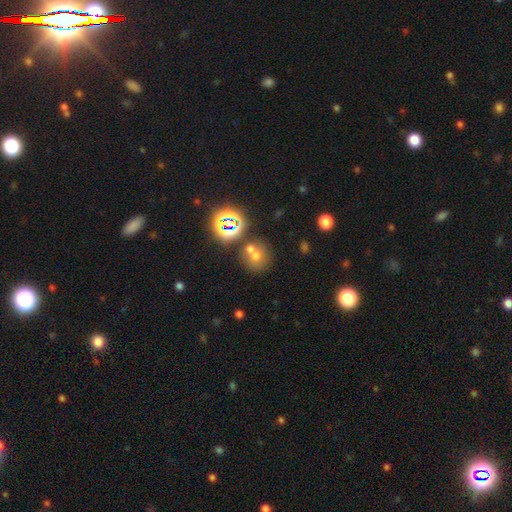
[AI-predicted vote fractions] smooth 58%, star or artifact 25%, featured or disk 17%. Down the decision tree: how rounded — round (82%); merging — none (48%).